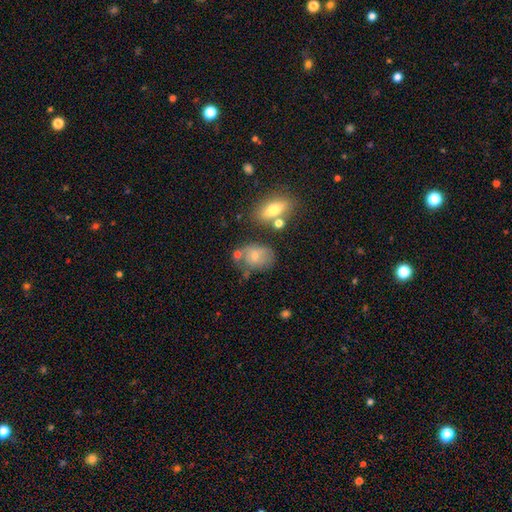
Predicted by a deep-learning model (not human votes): Smooth or featured?
  - smooth: 66% *
  - featured or disk: 23%
  - star or artifact: 10%
How rounded?
  - in between: 66% *
  - round: 32%
  - cigar-shaped: 2%
Merging?
  - none: 46% *
  - minor disturbance: 24%
  - merger: 18%
  - major disturbance: 12%